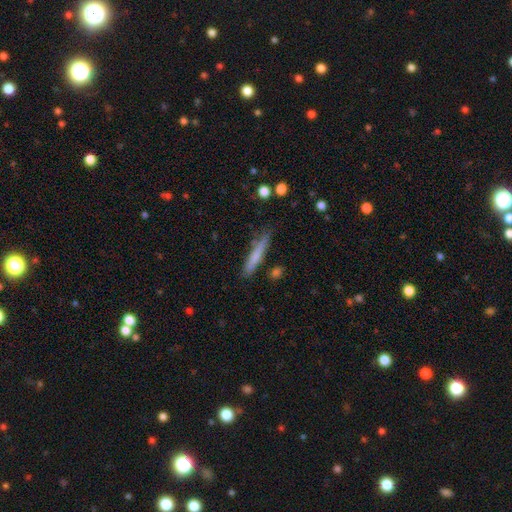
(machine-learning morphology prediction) A smooth galaxy with no disk features (70%) that is cigar-shaped (93%). Merging: none (79%).